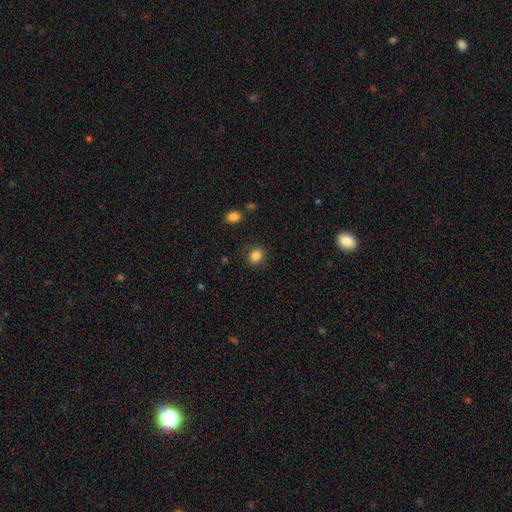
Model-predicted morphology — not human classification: smooth-or-featured: smooth: 85% | star or artifact: 11% | featured or disk: 4%
  how-rounded: round: 63% | in between: 37% | cigar-shaped: 1%
  merging: none: 83% | minor disturbance: 11% | major disturbance: 4% | merger: 2%